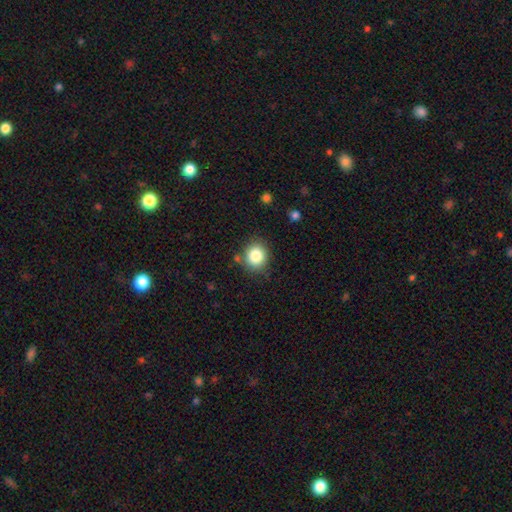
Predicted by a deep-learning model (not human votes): Morphology: type=smooth (83%); roundness=round (79%); merging=none (82%).